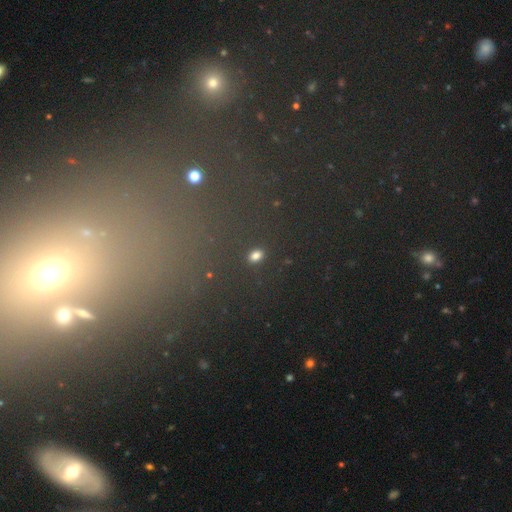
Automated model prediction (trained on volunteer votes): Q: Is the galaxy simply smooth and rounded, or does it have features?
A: smooth — 76%.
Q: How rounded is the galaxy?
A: in between — 73%.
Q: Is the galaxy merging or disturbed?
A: none — 88%.